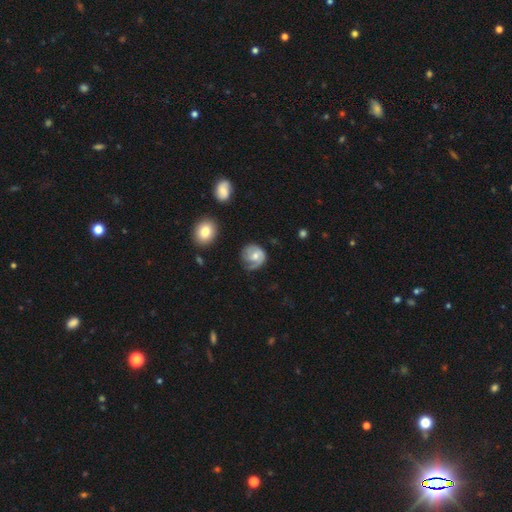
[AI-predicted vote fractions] The model was most divided on "spiral winding": tight: 51%, medium: 33%, loose: 16%. More confident: edge-on disk — no (98%); spiral arms — yes (89%); smooth or featured — featured or disk (67%); bar — no (64%); bulge size — moderate (62%); merging — none (57%); spiral arm count — 1 (54%).